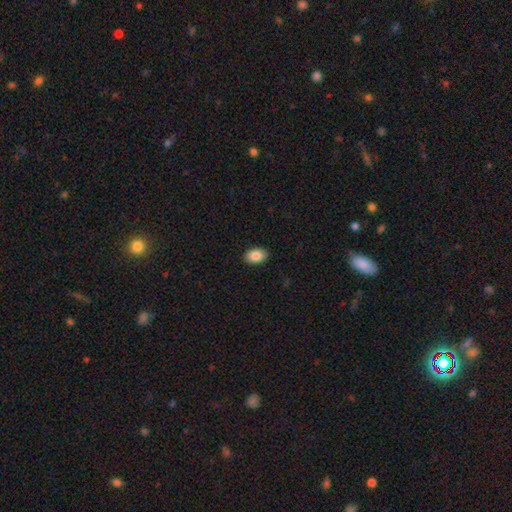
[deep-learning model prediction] Smooth or featured? Predicted: smooth (p=0.86). How rounded? Predicted: in between (p=0.87). Merging? Predicted: none (p=0.90).